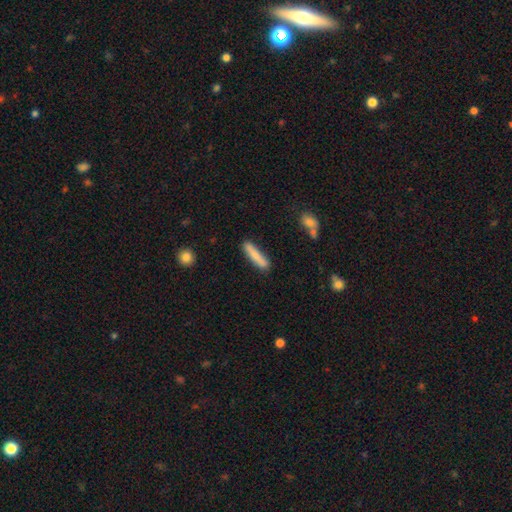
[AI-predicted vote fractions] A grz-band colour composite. It shows a smooth galaxy with no disk features (75%) that is cigar-shaped (86%). Merging: none (84%).